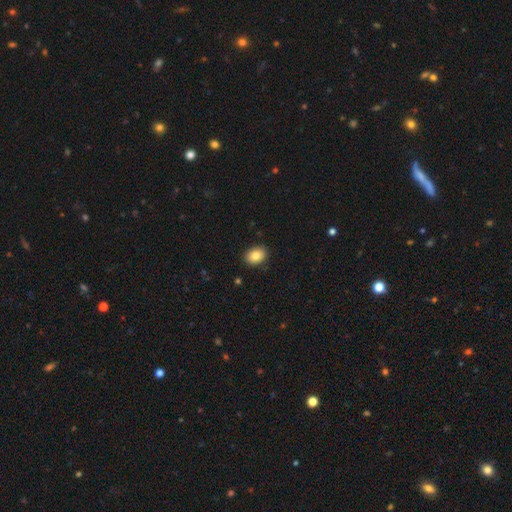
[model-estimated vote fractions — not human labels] Q: Smooth or featured?
A: smooth (85%); runner-up: star or artifact (8%)
Q: How rounded?
A: in between (67%); runner-up: round (32%)
Q: Merging?
A: none (88%); runner-up: minor disturbance (9%)